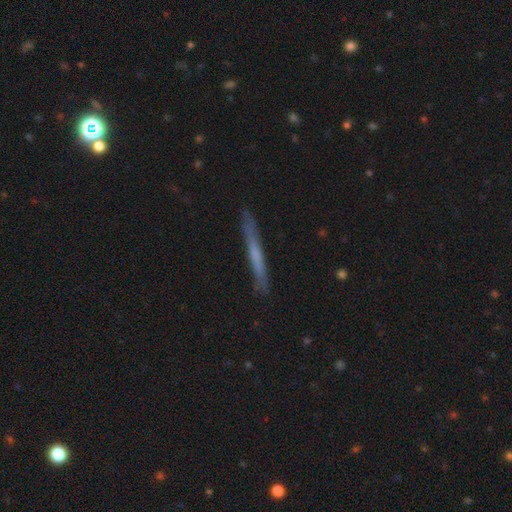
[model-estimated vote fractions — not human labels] Overall: smooth (49%; featured or disk 45%). Merging: none (88%).